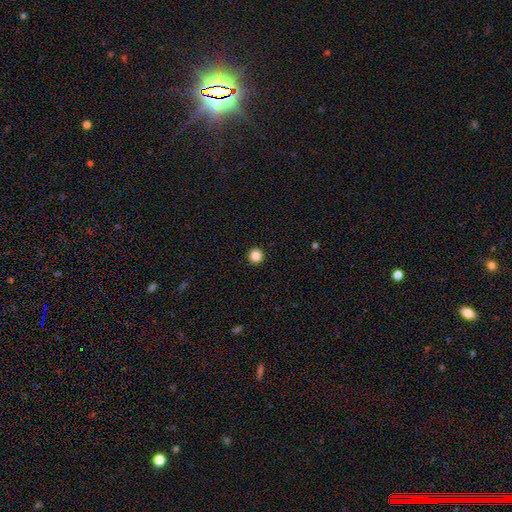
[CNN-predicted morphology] Q: Smooth or featured?
A: smooth (85%); runner-up: star or artifact (11%)
Q: How rounded?
A: round (96%); runner-up: in between (3%)
Q: Merging?
A: none (94%); runner-up: minor disturbance (4%)